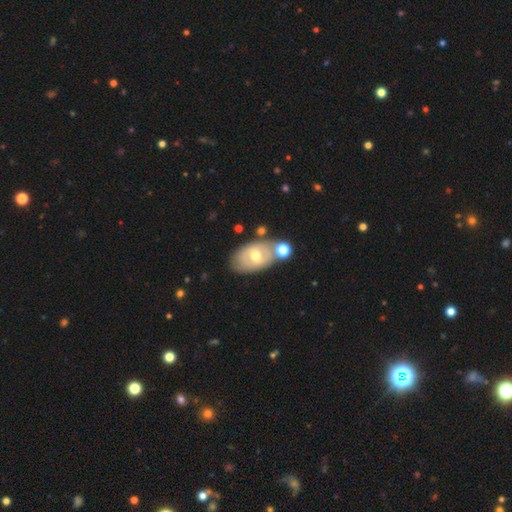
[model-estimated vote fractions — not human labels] This appears to be a featured or disk galaxy (54%). Merging: none (60%).